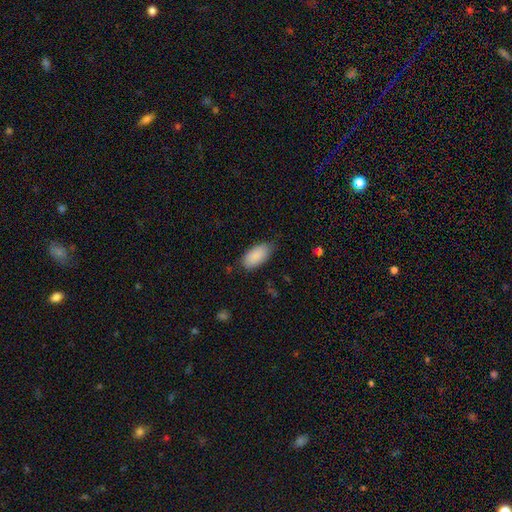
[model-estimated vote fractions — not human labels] smooth 89%, star or artifact 6%, featured or disk 5%. Down the decision tree: how rounded — in between (94%); merging — none (73%).